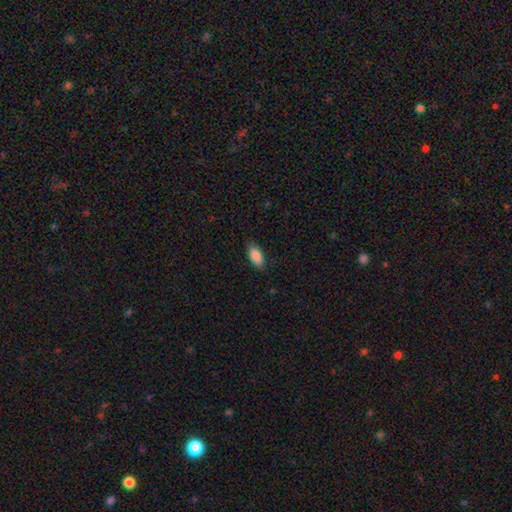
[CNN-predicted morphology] This appears to be a smooth galaxy with no disk features (88%) that is in between round and cigar-shaped (90%). Merging: none (85%).